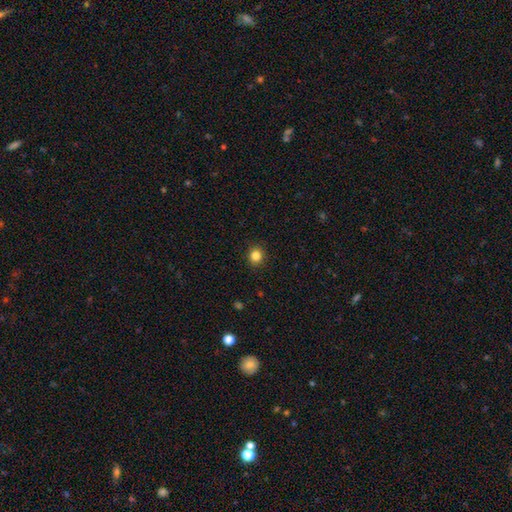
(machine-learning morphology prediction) smooth_or_featured: smooth (p=0.84) [alt: star or artifact p=0.12]
how_rounded: round (p=0.86) [alt: in between p=0.13]
merging: none (p=0.91) [alt: minor disturbance p=0.06]